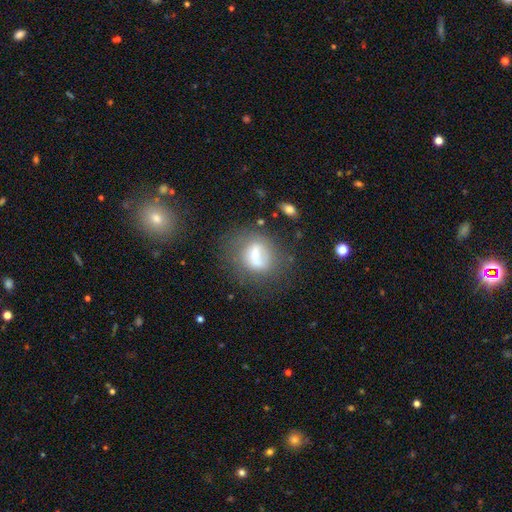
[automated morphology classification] This appears to be a smooth galaxy with no disk features (50%) that is round (59%). Merging: none (51%).